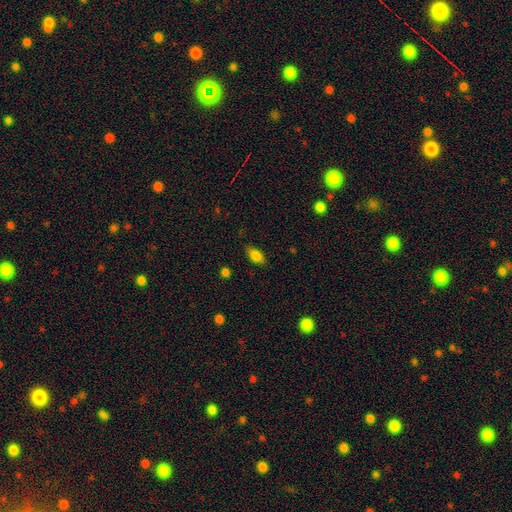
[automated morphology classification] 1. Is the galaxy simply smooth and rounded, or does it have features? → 82% smooth, 9% star or artifact, 9% featured or disk.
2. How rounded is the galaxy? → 88% in between, 7% cigar-shaped, 6% round.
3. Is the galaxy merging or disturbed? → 81% none, 14% minor disturbance, 3% major disturbance, 1% merger.